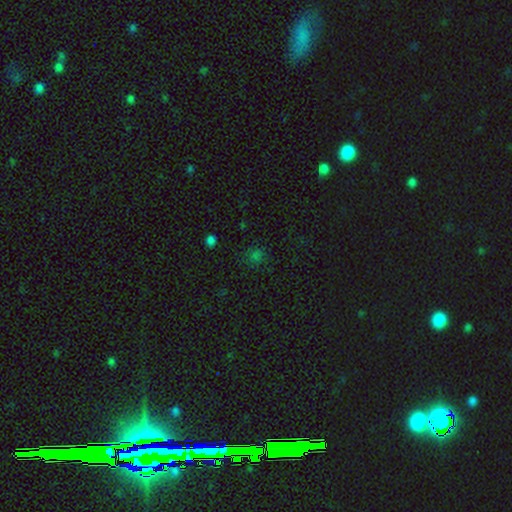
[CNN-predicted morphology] smooth-or-featured: smooth: 64% | star or artifact: 31% | featured or disk: 5%
  how-rounded: round: 84% | in between: 15% | cigar-shaped: 1%
  merging: none: 82% | minor disturbance: 11% | major disturbance: 4% | merger: 3%